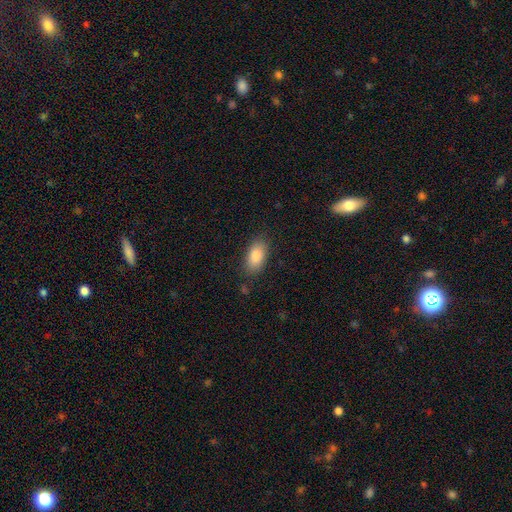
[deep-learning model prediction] A smooth galaxy with no disk features (84%) that is in between round and cigar-shaped (91%).

Vote fractions:
- Smooth or featured? smooth: 84% / featured or disk: 9% / star or artifact: 7%
- How rounded? in between: 91% / round: 5% / cigar-shaped: 4%
- Merging? none: 85% / minor disturbance: 11% / major disturbance: 3% / merger: 1%